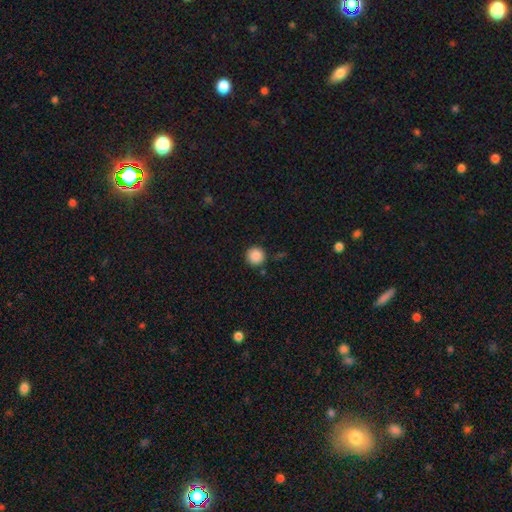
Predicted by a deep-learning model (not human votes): This appears to be a smooth galaxy with no disk features (88%) that is round (95%). Merging: none (89%).